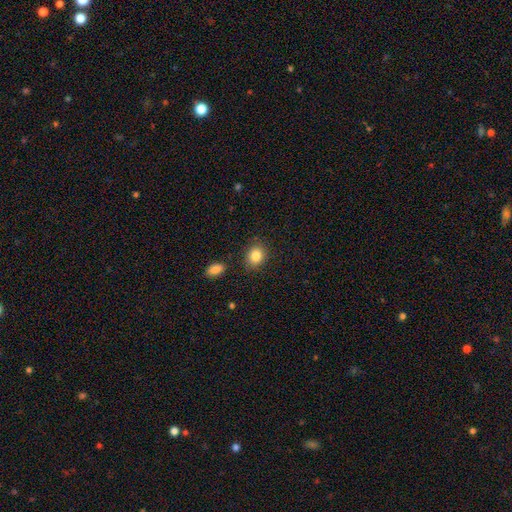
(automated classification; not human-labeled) Overall: smooth (85%). How rounded: round (52%; in between 47%). Merging: none (84%).